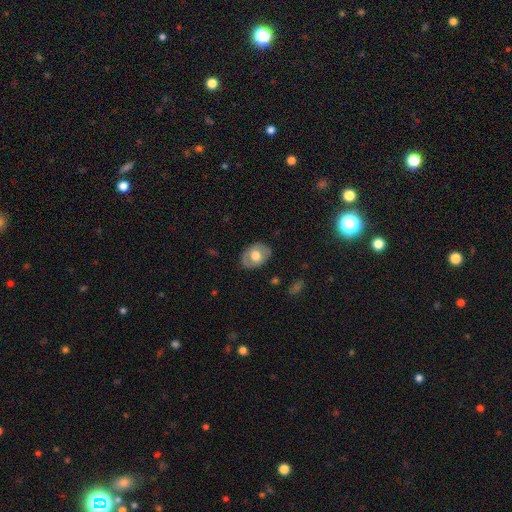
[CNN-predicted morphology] Smooth or featured: smooth — 57% (featured or disk — 37%)
How rounded: in between — 75% (round — 24%)
Merging: none — 82% (minor disturbance — 14%)